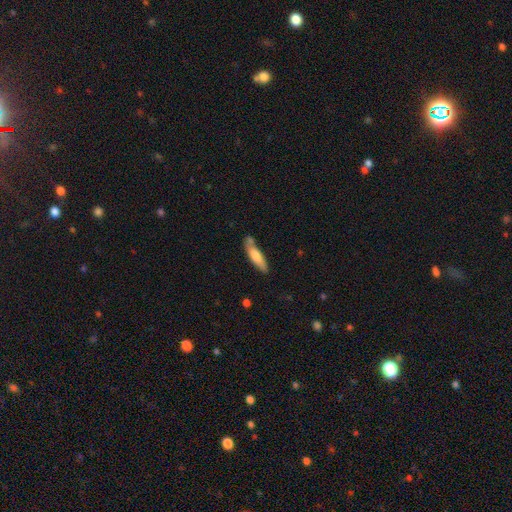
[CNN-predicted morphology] Smooth or featured? Predicted: smooth (p=0.68). How rounded? Predicted: cigar-shaped (p=0.70). Merging? Predicted: none (p=0.62).